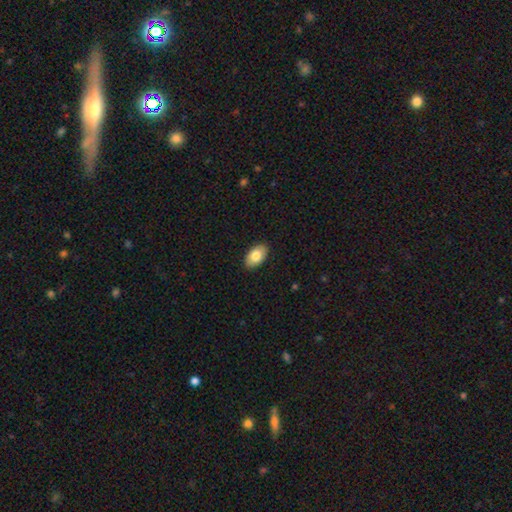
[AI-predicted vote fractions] This is clearly a smooth galaxy (81%). How rounded: clearly in between (93%). Merging: clearly none (89%).